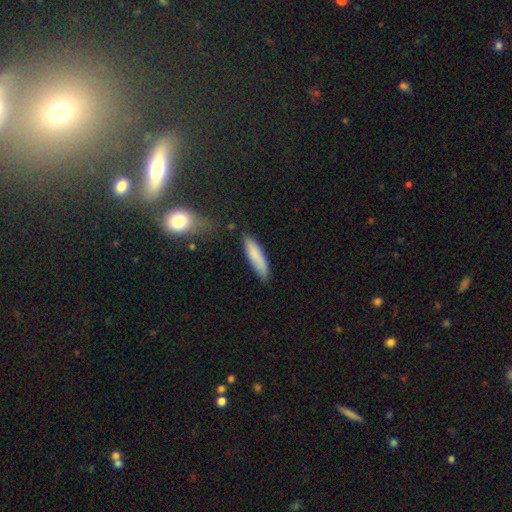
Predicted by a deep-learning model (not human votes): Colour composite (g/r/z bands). It shows a smooth galaxy with no disk features (83%) that is cigar-shaped (75%). Merging: none (81%).